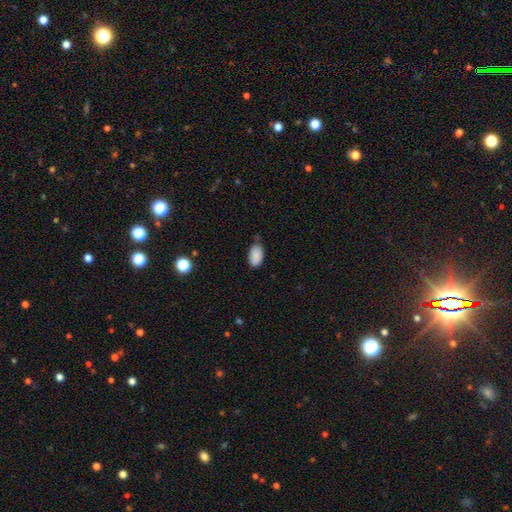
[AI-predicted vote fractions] A smooth galaxy with no disk features (87%) that is in between round and cigar-shaped (93%). Merging: none (59%).